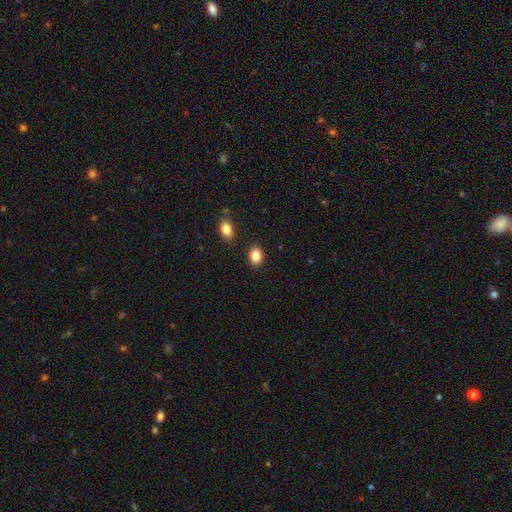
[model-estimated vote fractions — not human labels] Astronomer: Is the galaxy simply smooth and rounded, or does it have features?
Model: smooth — 86%.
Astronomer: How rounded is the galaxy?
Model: in between — 68%.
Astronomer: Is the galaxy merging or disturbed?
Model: none — 87%.